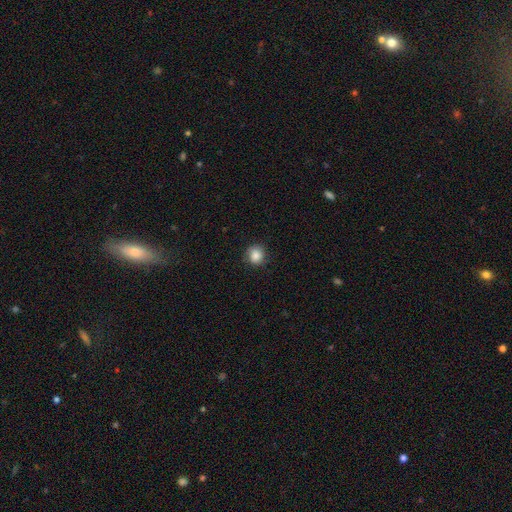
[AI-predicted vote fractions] Morphology: type=smooth (81%); roundness=round (85%); merging=none (79%).